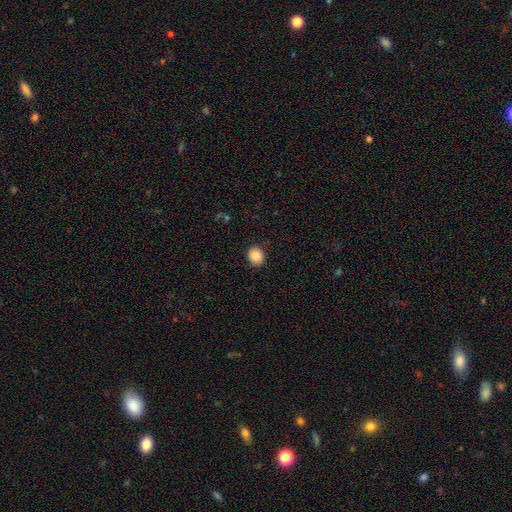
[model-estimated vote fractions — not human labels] Smooth or featured? Predicted: smooth (p=0.87). How rounded? Predicted: round (p=0.72). Merging? Predicted: none (p=0.89).